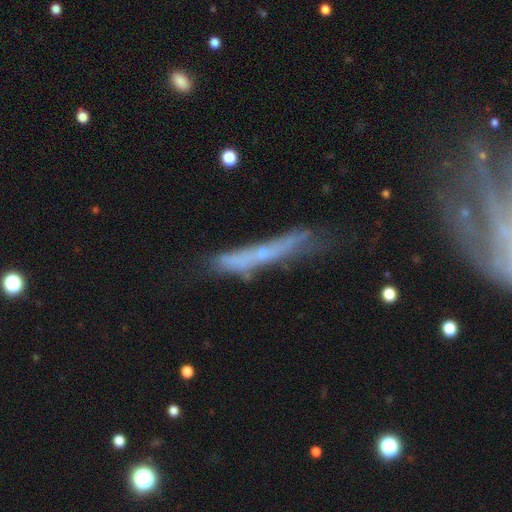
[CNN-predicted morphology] Overall: featured or disk (53%; smooth 34%). Edge-on disk: yes (68%; no 32%). Merging: none (53%; minor disturbance 25%).